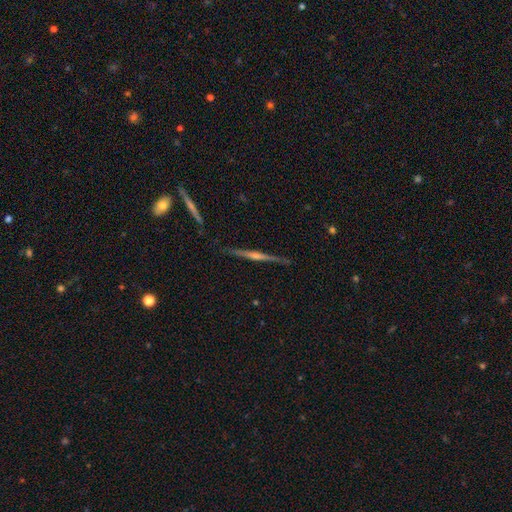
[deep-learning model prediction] featured or disk 82%, smooth 12%, star or artifact 6%. Down the decision tree: edge-on disk — yes (98%); edge-on bulge — rounded (76%); merging — none (88%).